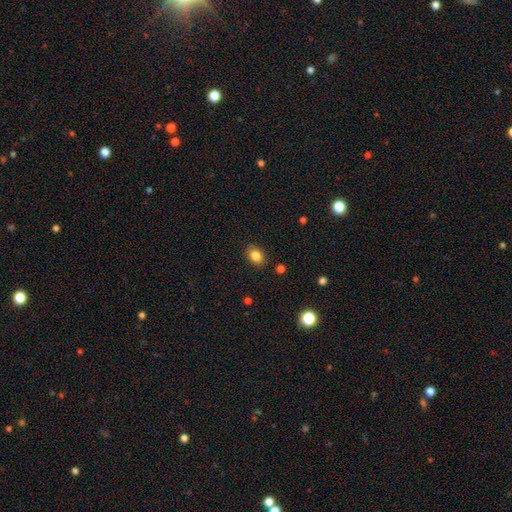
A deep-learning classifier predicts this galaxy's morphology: smooth_or_featured: smooth (p=0.84) [alt: star or artifact p=0.10]
how_rounded: in between (p=0.60) [alt: round p=0.39]
merging: none (p=0.86) [alt: minor disturbance p=0.10]